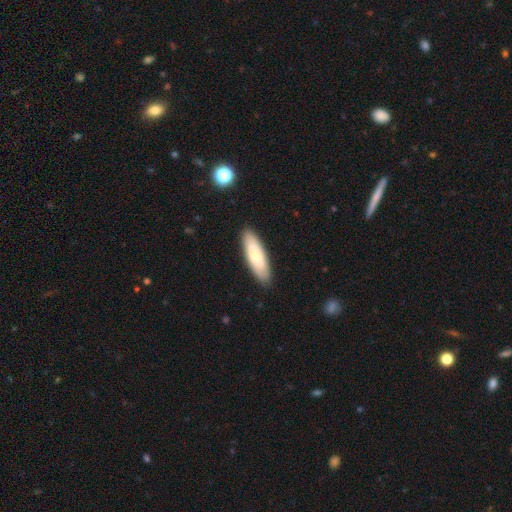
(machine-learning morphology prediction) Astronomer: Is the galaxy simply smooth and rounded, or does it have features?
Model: smooth — 72%.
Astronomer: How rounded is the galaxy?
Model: cigar-shaped — 52% (runner-up: in between, 47%).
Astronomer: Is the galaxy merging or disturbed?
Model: none — 88%.